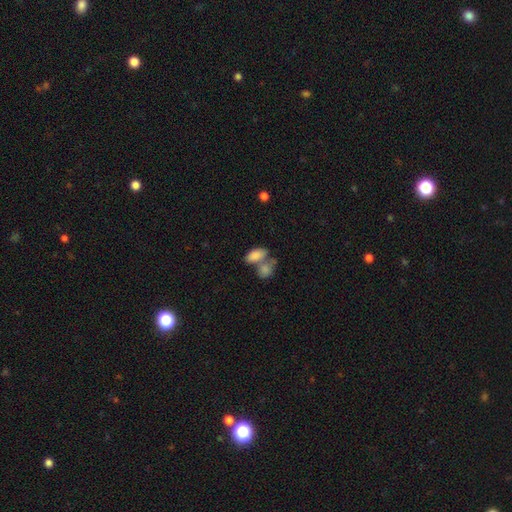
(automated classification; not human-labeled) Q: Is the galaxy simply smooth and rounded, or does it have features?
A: smooth — 83%.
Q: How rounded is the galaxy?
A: in between — 91%.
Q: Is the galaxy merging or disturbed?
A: merger — 51%.